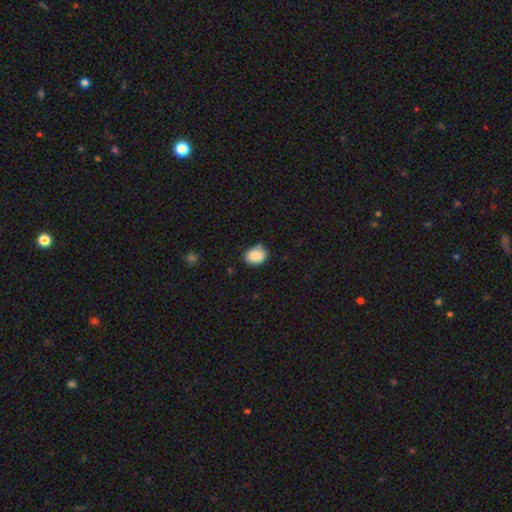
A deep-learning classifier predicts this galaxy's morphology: A smooth galaxy with no disk features (86%) that is in between round and cigar-shaped (61%).

Vote fractions:
- Smooth or featured? smooth: 86% / star or artifact: 8% / featured or disk: 6%
- How rounded? in between: 61% / round: 39% / cigar-shaped: 1%
- Merging? none: 71% / minor disturbance: 21% / merger: 4% / major disturbance: 4%